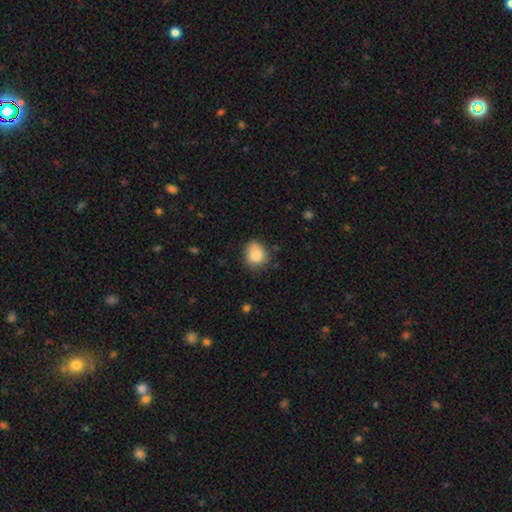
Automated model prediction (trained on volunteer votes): Smooth or featured: smooth — 86% (star or artifact — 9%)
How rounded: round — 65% (in between — 34%)
Merging: none — 69% (minor disturbance — 24%)